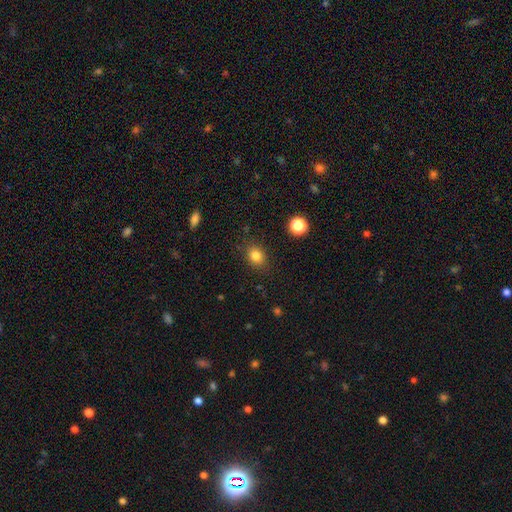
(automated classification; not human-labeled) Morphology: type=smooth (82%); roundness=in between (50%); merging=none (84%).